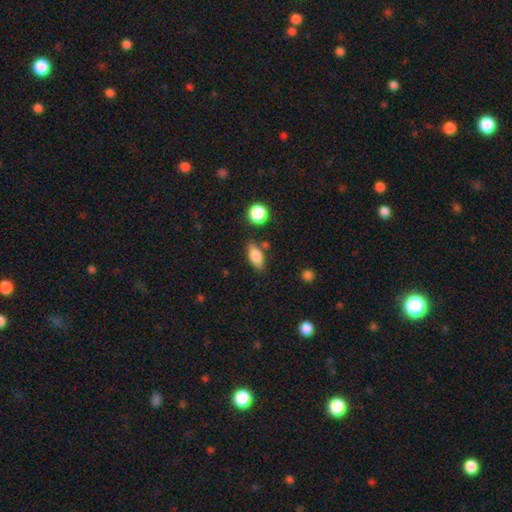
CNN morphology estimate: Smooth or featured?
  - smooth: 79% *
  - featured or disk: 13%
  - star or artifact: 8%
How rounded?
  - in between: 82% *
  - cigar-shaped: 11%
  - round: 7%
Merging?
  - none: 76% *
  - minor disturbance: 15%
  - merger: 6%
  - major disturbance: 4%